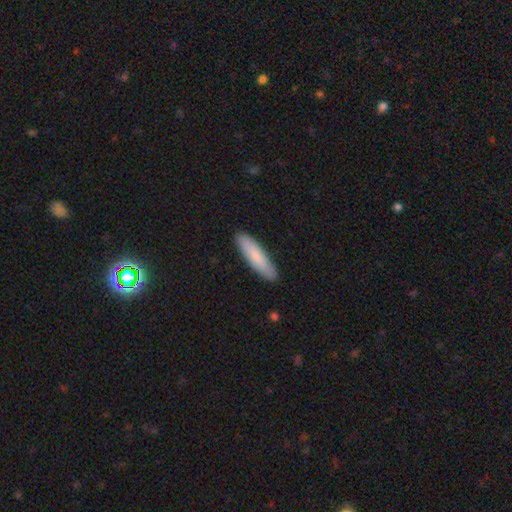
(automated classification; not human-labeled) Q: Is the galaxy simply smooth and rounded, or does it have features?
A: smooth — 83%.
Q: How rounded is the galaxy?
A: cigar-shaped — 71%.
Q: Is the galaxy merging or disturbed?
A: none — 89%.